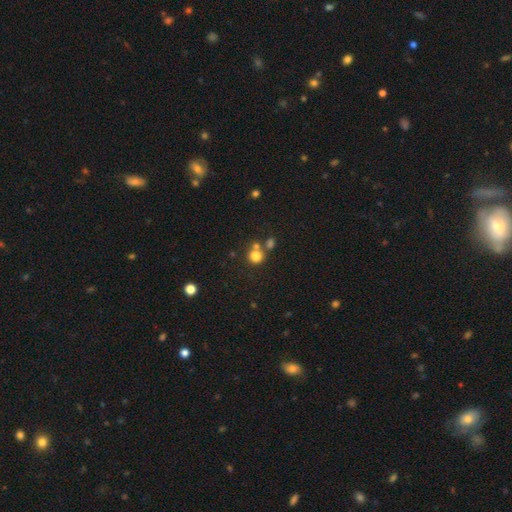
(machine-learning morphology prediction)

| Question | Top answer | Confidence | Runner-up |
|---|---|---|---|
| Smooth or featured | smooth | 79% | star or artifact (14%) |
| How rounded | round | 86% | in between (13%) |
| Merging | none | 55% | merger (31%) |